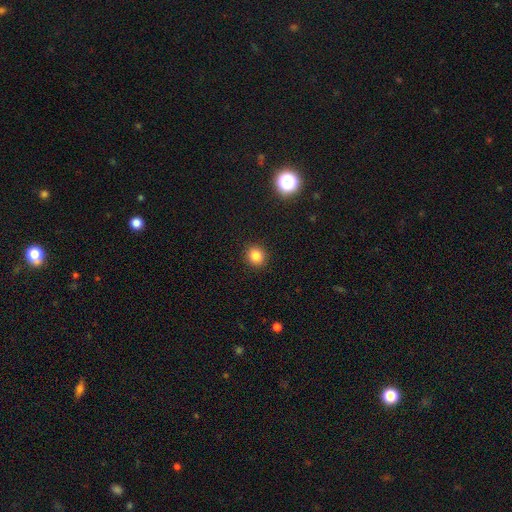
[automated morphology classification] smooth-or-featured: smooth: 83% | star or artifact: 12% | featured or disk: 5%
  how-rounded: round: 86% | in between: 13% | cigar-shaped: 1%
  merging: none: 92% | minor disturbance: 5% | major disturbance: 2% | merger: 1%